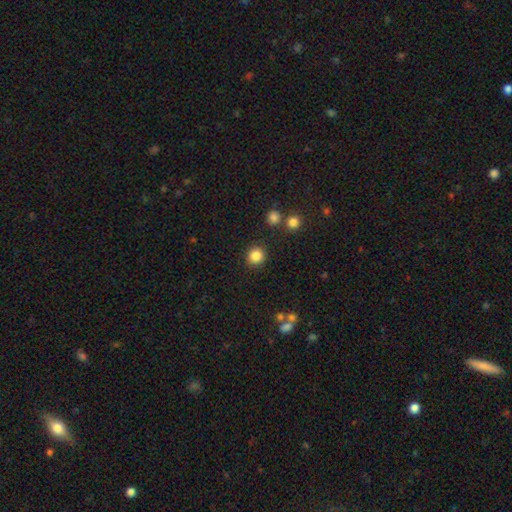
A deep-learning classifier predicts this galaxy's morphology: smooth_or_featured: smooth (p=0.85) [alt: star or artifact p=0.11]
how_rounded: round (p=0.90) [alt: in between p=0.09]
merging: none (p=0.89) [alt: minor disturbance p=0.06]